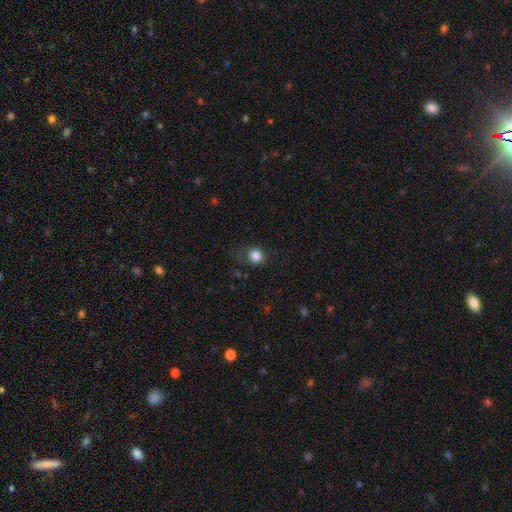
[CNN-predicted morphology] Smooth or featured? Predicted: smooth (p=0.84). How rounded? Predicted: round (p=0.81). Merging? Predicted: none (p=0.68).